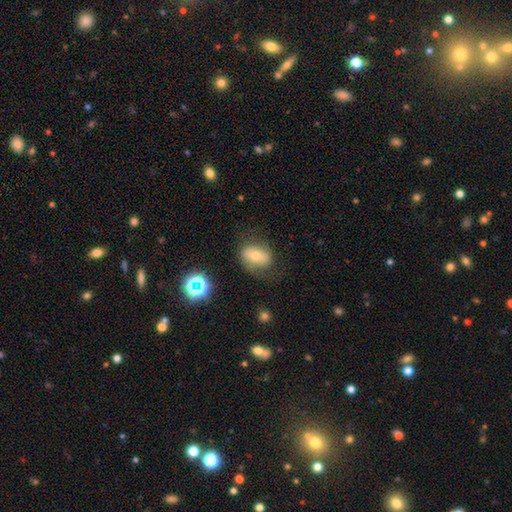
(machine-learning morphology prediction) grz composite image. It shows a smooth galaxy with no disk features (55%) that is in between round and cigar-shaped (73%). Merging: none (63%).